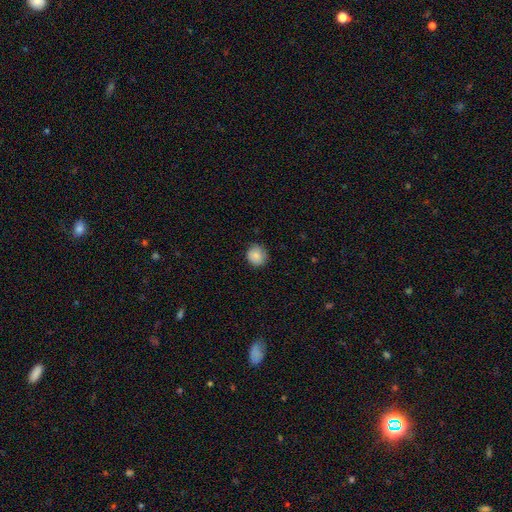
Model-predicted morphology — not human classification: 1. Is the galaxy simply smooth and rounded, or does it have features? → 84% smooth, 8% featured or disk, 8% star or artifact.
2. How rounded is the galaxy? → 83% round, 16% in between, 1% cigar-shaped.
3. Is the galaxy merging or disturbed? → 77% none, 19% minor disturbance, 3% major disturbance, 1% merger.